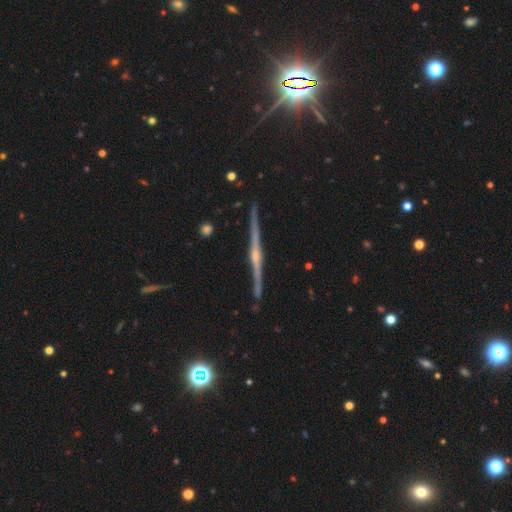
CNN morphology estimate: smooth_or_featured: featured or disk (p=0.88) [alt: star or artifact p=0.06]
disk_edge_on: yes (p=0.99) [alt: no p=0.01]
edge_on_bulge: rounded (p=0.84) [alt: none p=0.09]
merging: none (p=0.91) [alt: minor disturbance p=0.06]